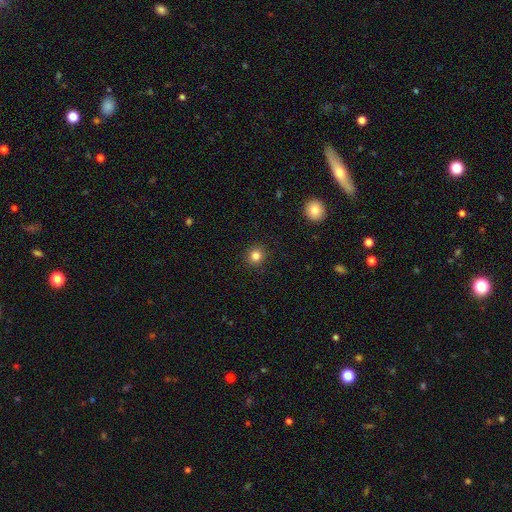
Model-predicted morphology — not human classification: smooth-or-featured: smooth: 83% | star or artifact: 12% | featured or disk: 5%
  how-rounded: round: 91% | in between: 8% | cigar-shaped: 1%
  merging: none: 92% | minor disturbance: 5% | major disturbance: 2% | merger: 1%